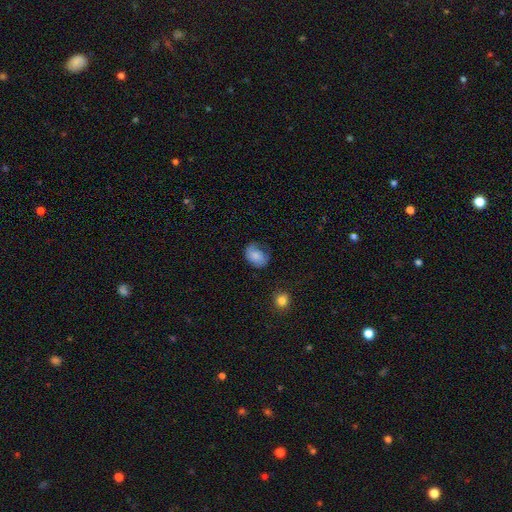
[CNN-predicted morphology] Smooth or featured? smooth (71%)
How rounded? in between (66%)
Merging? none (48%)